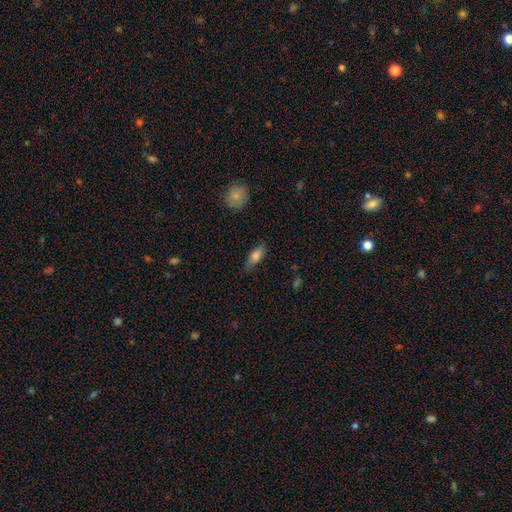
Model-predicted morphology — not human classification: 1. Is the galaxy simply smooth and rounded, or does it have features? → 79% smooth, 14% featured or disk, 7% star or artifact.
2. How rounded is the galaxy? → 72% in between, 25% cigar-shaped, 3% round.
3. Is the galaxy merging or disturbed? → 74% none, 20% minor disturbance, 4% major disturbance, 1% merger.